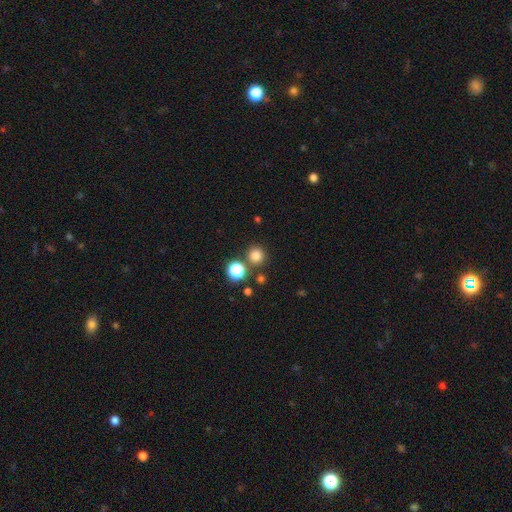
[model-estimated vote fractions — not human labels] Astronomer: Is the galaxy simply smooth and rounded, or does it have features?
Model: smooth — 78%.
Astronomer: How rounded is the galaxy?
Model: round — 93%.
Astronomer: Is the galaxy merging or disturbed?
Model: none — 82%.